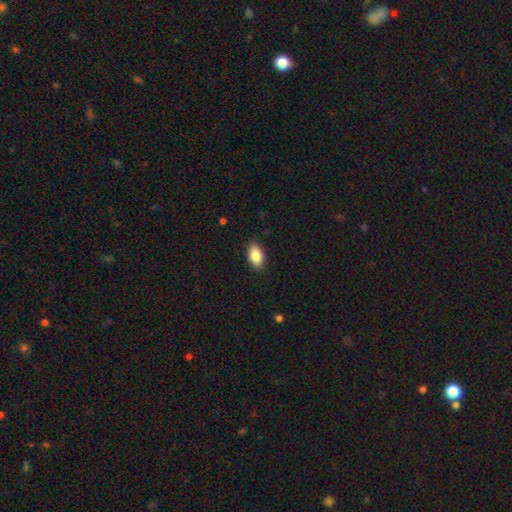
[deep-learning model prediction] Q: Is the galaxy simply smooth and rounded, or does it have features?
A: smooth — 87%.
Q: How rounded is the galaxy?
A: in between — 92%.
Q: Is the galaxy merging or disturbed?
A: none — 88%.